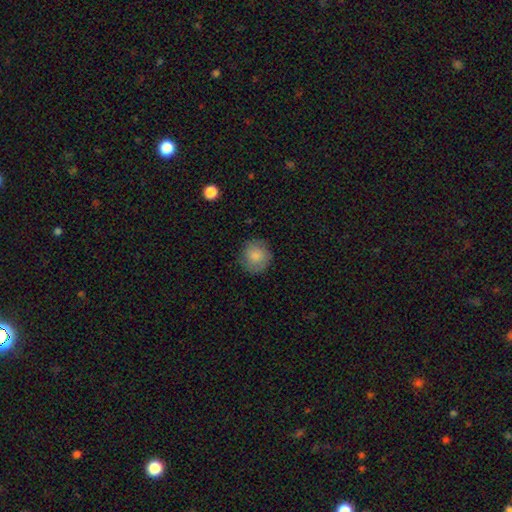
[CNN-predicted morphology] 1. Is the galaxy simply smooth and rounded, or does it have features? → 83% smooth, 10% featured or disk, 7% star or artifact.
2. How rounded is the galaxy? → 90% round, 9% in between, 1% cigar-shaped.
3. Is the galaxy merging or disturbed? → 81% none, 14% minor disturbance, 4% major disturbance, 1% merger.